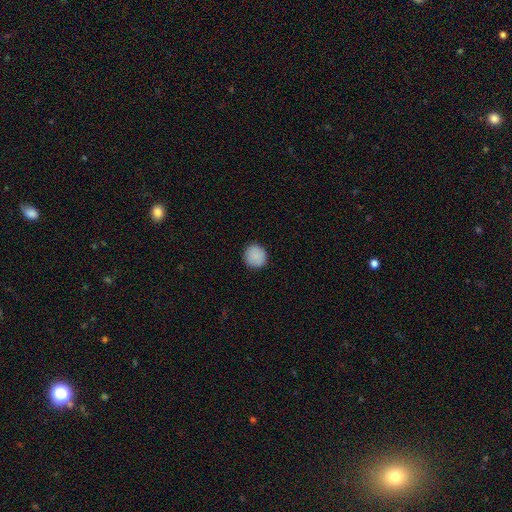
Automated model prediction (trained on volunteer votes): smooth-or-featured: smooth: 88% | star or artifact: 8% | featured or disk: 4%
  how-rounded: round: 90% | in between: 9% | cigar-shaped: 1%
  merging: none: 90% | minor disturbance: 8% | major disturbance: 2% | merger: 1%